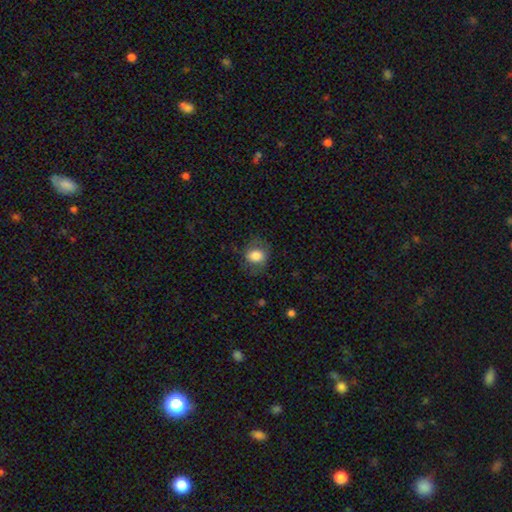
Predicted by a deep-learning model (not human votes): smooth 78%, featured or disk 14%, star or artifact 8%. Down the decision tree: how rounded — round (56%); merging — none (69%).